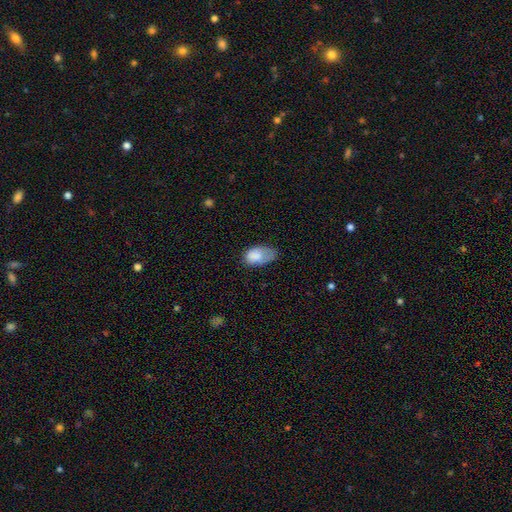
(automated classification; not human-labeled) Morphology: type=smooth (82%); roundness=in between (92%); merging=minor disturbance (40%, tied with none).